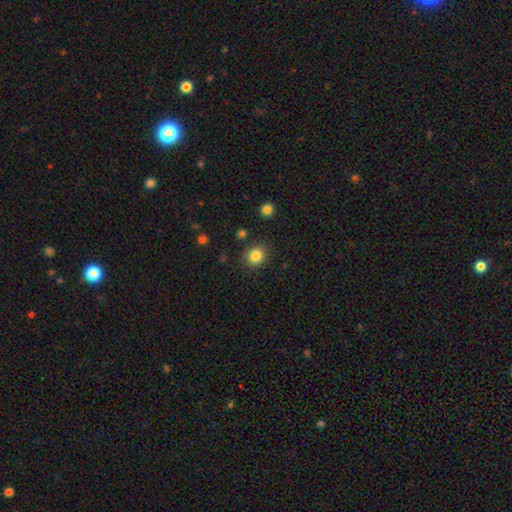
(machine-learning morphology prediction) Smooth or featured?
  - smooth: 84% *
  - star or artifact: 10%
  - featured or disk: 5%
How rounded?
  - round: 79% *
  - in between: 20%
  - cigar-shaped: 1%
Merging?
  - none: 88% *
  - minor disturbance: 7%
  - major disturbance: 2%
  - merger: 2%